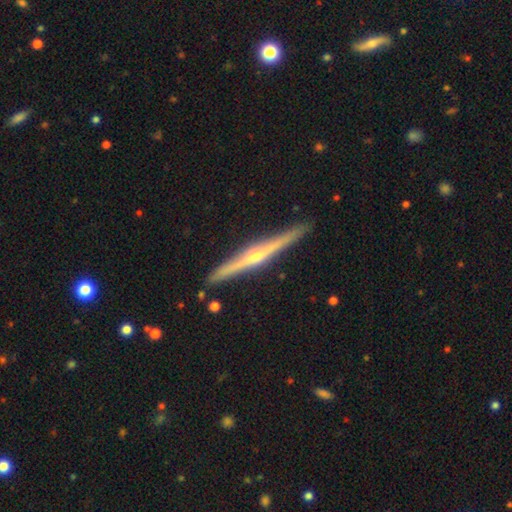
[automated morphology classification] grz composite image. It shows a featured or disk galaxy (82%) viewed edge-on (98%) with a rounded central bulge (86%). Merging: none (91%).